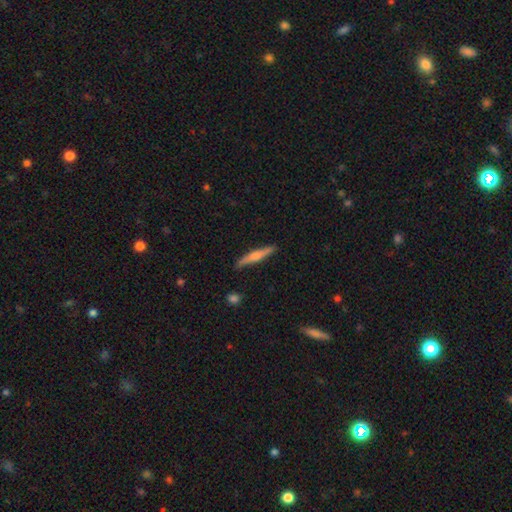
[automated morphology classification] Overall: smooth (48%; featured or disk 46%). Merging: none (86%).